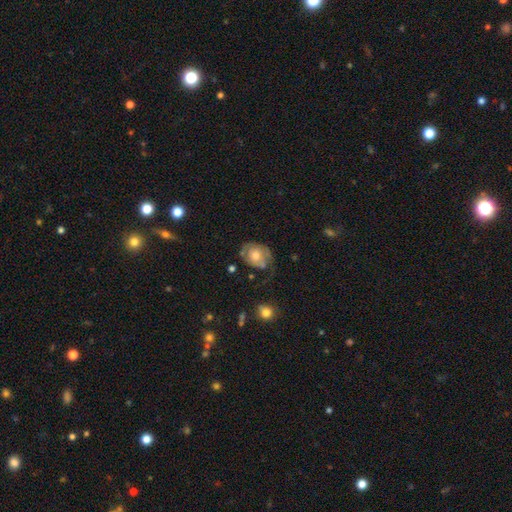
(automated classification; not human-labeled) Morphology: type=smooth (48%); merging=none (48%).